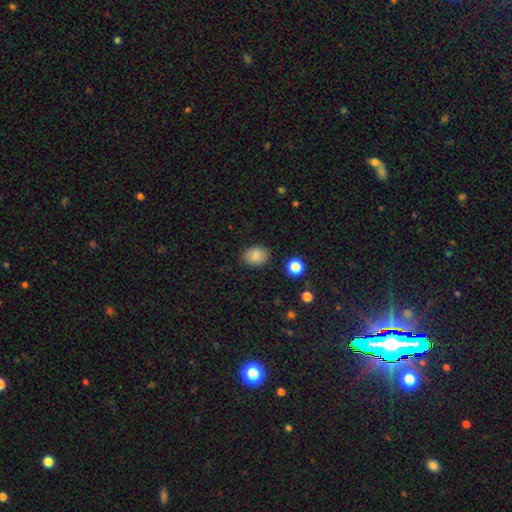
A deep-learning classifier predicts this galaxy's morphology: A smooth galaxy with no disk features (86%) that is in between round and cigar-shaped (60%). Merging: none (85%).